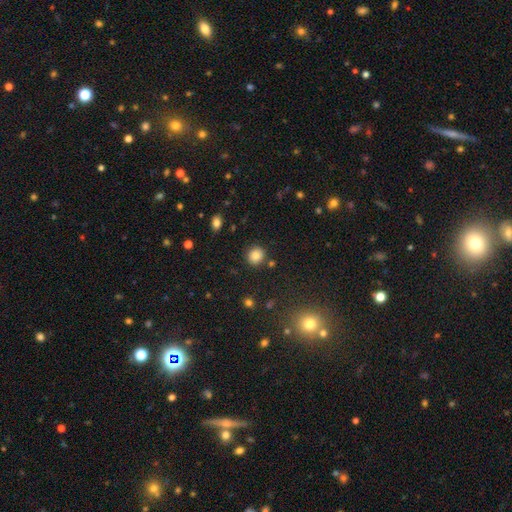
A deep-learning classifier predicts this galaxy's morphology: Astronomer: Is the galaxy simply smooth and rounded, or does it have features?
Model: smooth — 83%.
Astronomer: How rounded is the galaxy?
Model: round — 85%.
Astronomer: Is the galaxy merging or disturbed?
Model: none — 86%.